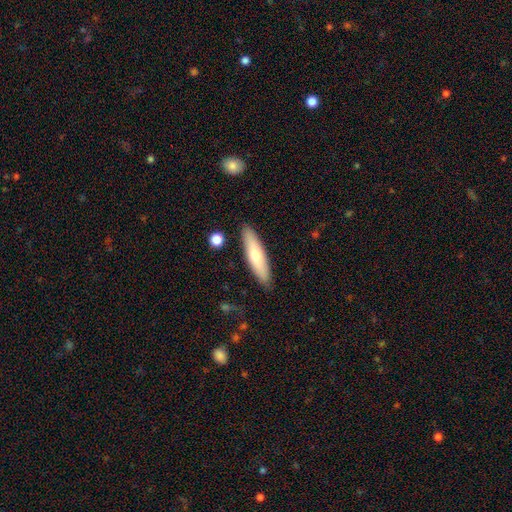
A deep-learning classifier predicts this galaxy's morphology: Q: Smooth or featured?
A: smooth (67%); runner-up: featured or disk (27%)
Q: How rounded?
A: cigar-shaped (72%); runner-up: in between (26%)
Q: Merging?
A: none (88%); runner-up: minor disturbance (9%)